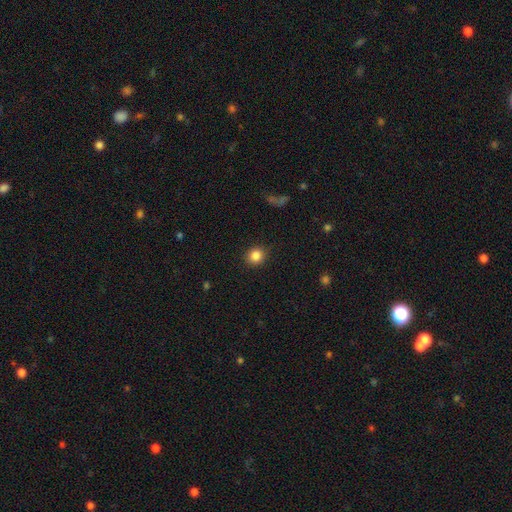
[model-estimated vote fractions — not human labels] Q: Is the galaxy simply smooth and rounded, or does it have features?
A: smooth — 85%.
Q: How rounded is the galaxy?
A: round — 85%.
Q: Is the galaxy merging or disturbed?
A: none — 90%.